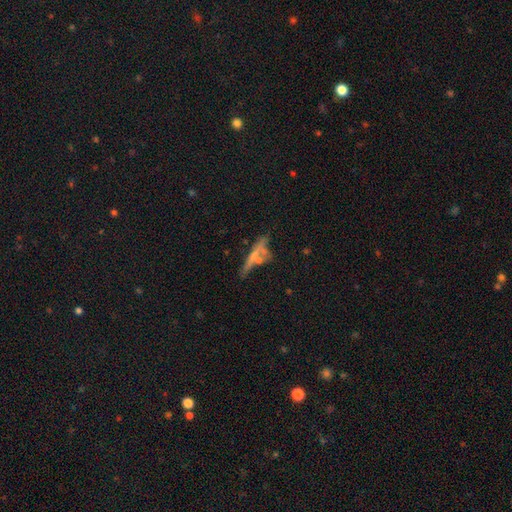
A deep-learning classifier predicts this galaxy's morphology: The model was most divided on "smooth or featured": featured or disk: 47%, smooth: 43%, star or artifact: 11%. Remaining: merging — none (47%).